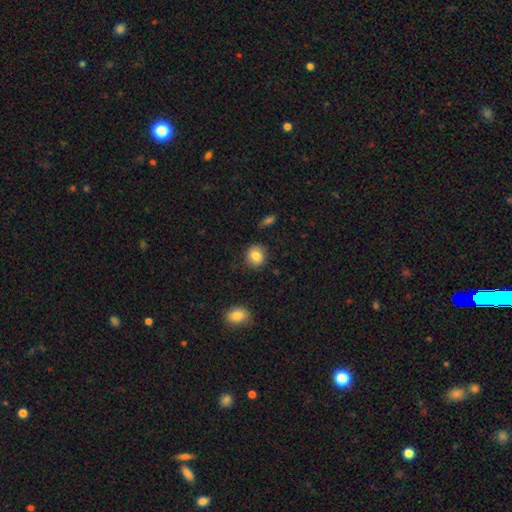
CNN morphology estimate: Smooth or featured? Predicted: smooth (p=0.83). How rounded? Predicted: round (p=0.80). Merging? Predicted: none (p=0.86).